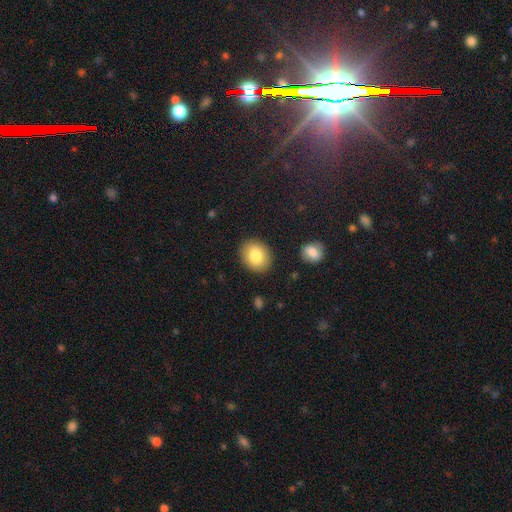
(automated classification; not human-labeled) Smooth or featured? Predicted: smooth (p=0.82). How rounded? Predicted: round (p=0.53). Merging? Predicted: none (p=0.88).